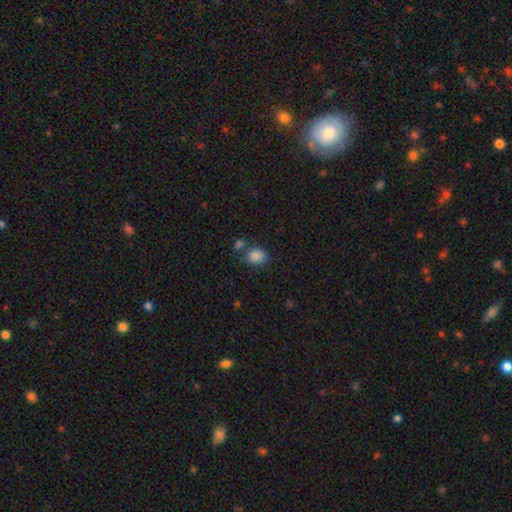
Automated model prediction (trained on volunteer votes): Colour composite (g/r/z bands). It shows a smooth galaxy with no disk features (85%) that is in between round and cigar-shaped (50%). Merging: none (62%).